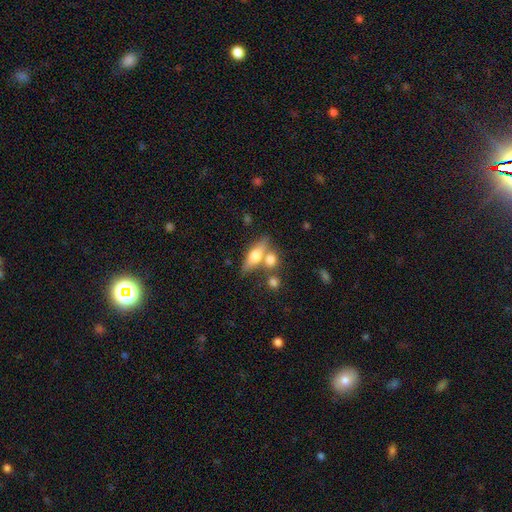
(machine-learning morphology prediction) type=smooth (53%); roundness=in between (52%); merging=none (54%).